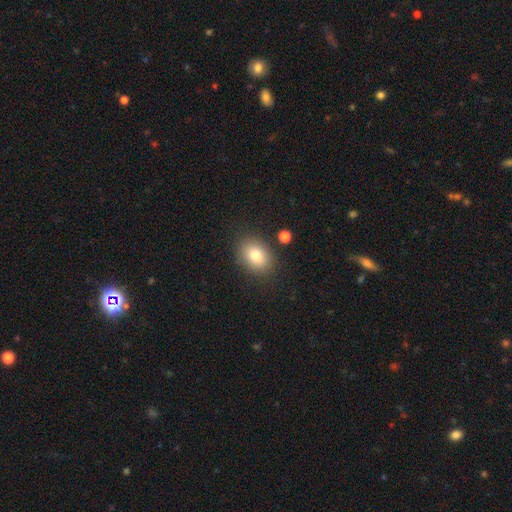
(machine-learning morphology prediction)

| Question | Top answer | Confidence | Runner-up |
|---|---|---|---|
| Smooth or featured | smooth | 80% | star or artifact (10%) |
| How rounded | in between | 64% | round (35%) |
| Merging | none | 84% | minor disturbance (10%) |